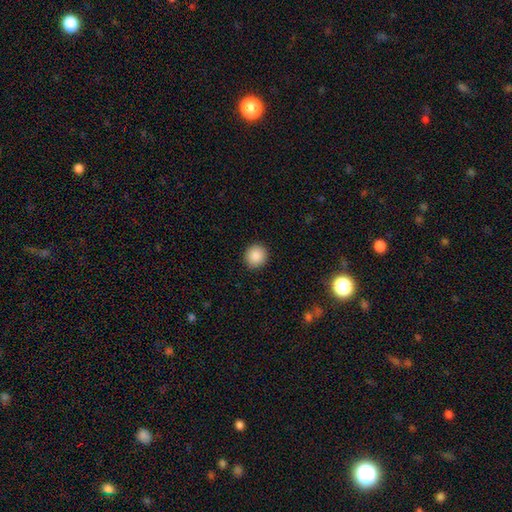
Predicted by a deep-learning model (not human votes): Smooth or featured? Predicted: smooth (p=0.88). How rounded? Predicted: round (p=0.91). Merging? Predicted: none (p=0.92).